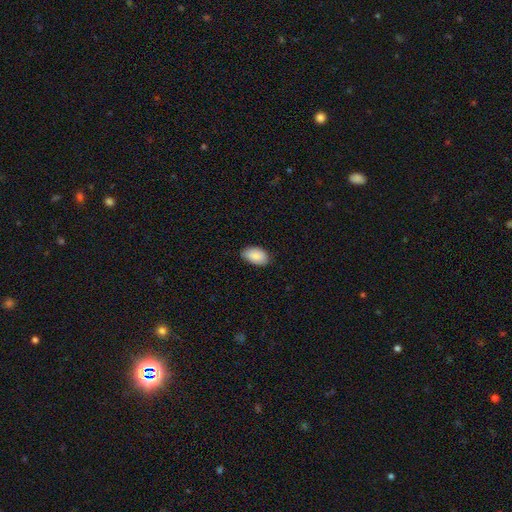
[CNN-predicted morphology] The model was most divided on "merging": none: 79%, minor disturbance: 17%, major disturbance: 2%, merger: 1%. More confident: how rounded — in between (94%); smooth or featured — smooth (89%).